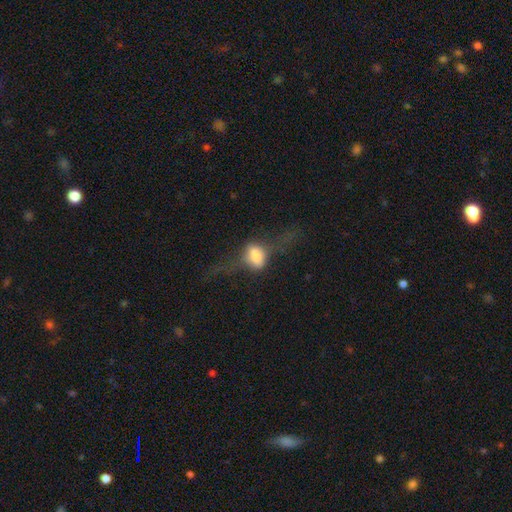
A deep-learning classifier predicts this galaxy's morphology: This appears to be a smooth galaxy with no disk features (50%). Merging: major disturbance (39%).